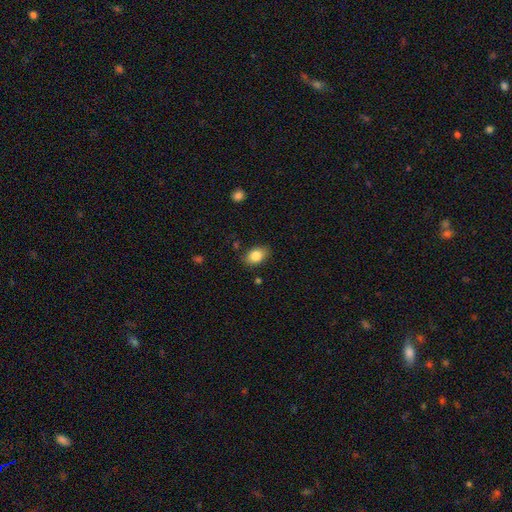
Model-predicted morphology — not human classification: smooth_or_featured: smooth (p=0.84) [alt: star or artifact p=0.08]
how_rounded: in between (p=0.82) [alt: round p=0.16]
merging: none (p=0.82) [alt: minor disturbance p=0.13]